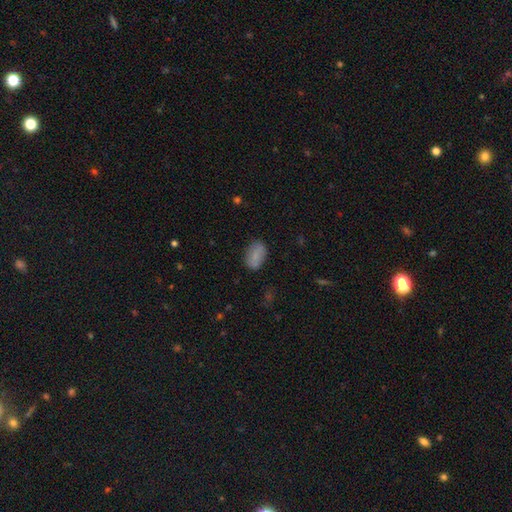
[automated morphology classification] Smooth or featured: smooth — 80% (featured or disk — 12%)
How rounded: in between — 90% (round — 7%)
Merging: none — 82% (minor disturbance — 13%)